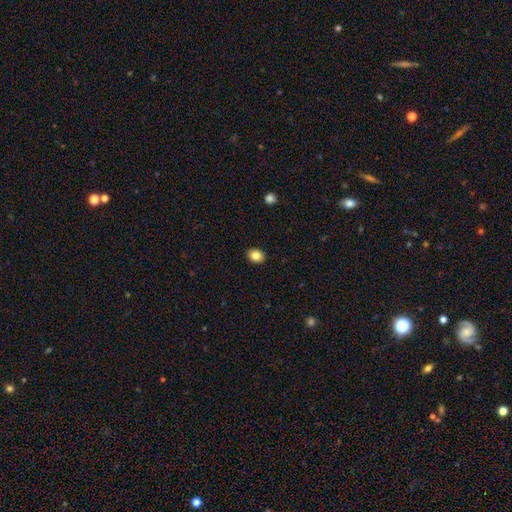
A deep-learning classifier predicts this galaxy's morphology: This is clearly a smooth galaxy (84%). How rounded: likely in between (60%). Merging: clearly none (90%).